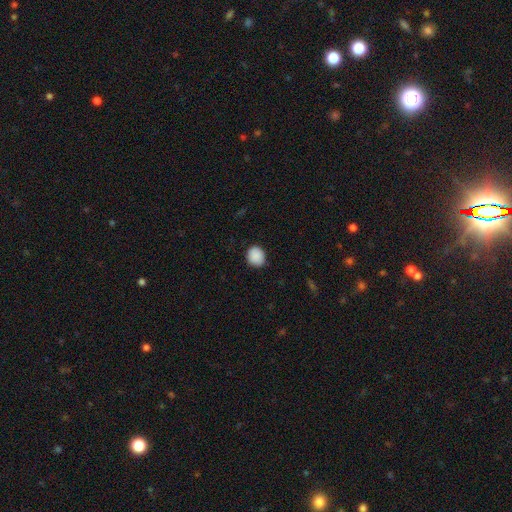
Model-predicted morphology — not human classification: Smooth or featured?
  - smooth: 89% *
  - star or artifact: 8%
  - featured or disk: 3%
How rounded?
  - round: 78% *
  - in between: 21%
  - cigar-shaped: 1%
Merging?
  - none: 85% *
  - minor disturbance: 12%
  - major disturbance: 2%
  - merger: 1%